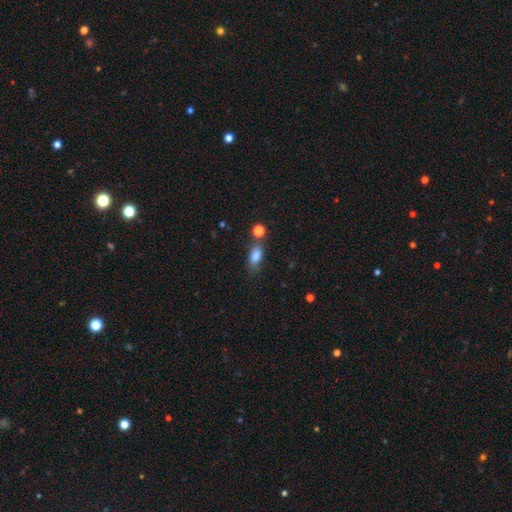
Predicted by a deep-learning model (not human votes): A smooth galaxy with no disk features (80%) that is in between round and cigar-shaped (79%).

Vote fractions:
- Smooth or featured? smooth: 80% / star or artifact: 11% / featured or disk: 9%
- How rounded? in between: 79% / cigar-shaped: 11% / round: 10%
- Merging? none: 54% / minor disturbance: 22% / merger: 15% / major disturbance: 9%